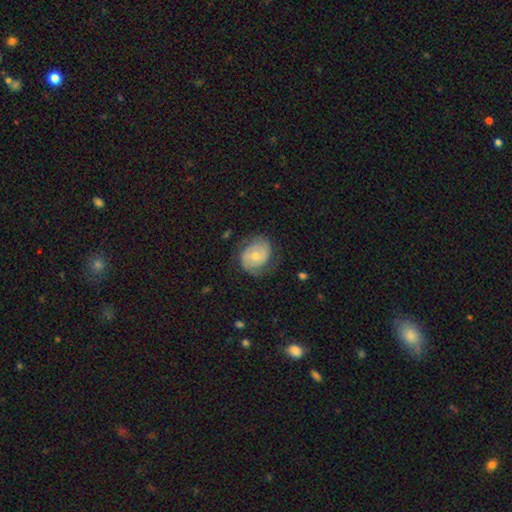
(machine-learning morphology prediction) Overall: featured or disk (70%). Edge-on disk: no (98%). Bar: no (65%; weak 29%). Spiral arms: yes (88%). Spiral arm count: 2 (73%). Spiral winding: tight (51%; medium 35%). Bulge size: moderate (50%; small 45%). Merging: none (68%).